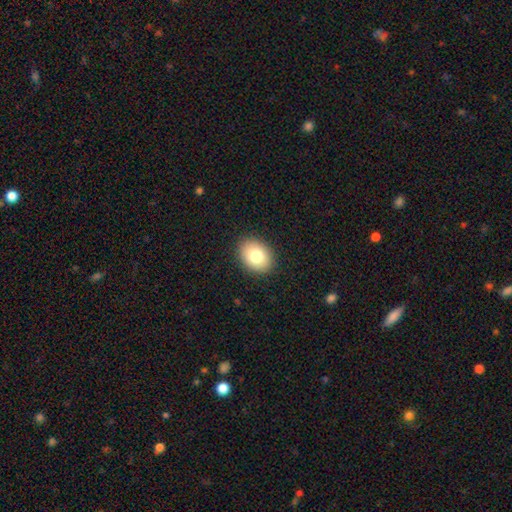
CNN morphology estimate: Overall: smooth (81%). How rounded: in between (61%; round 38%). Merging: none (90%).